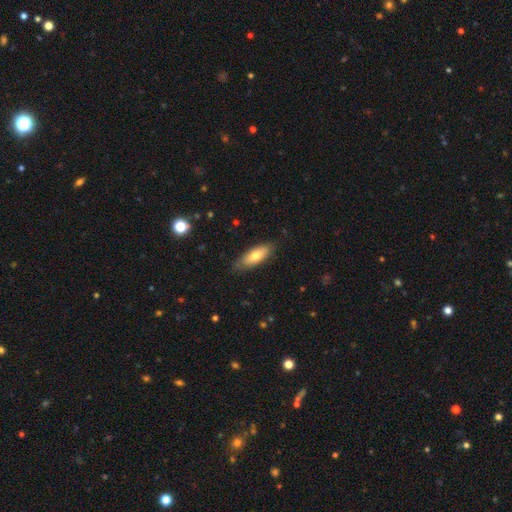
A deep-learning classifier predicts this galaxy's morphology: This appears to be a smooth galaxy with no disk features (70%) that is in between round and cigar-shaped (69%). Merging: none (80%).